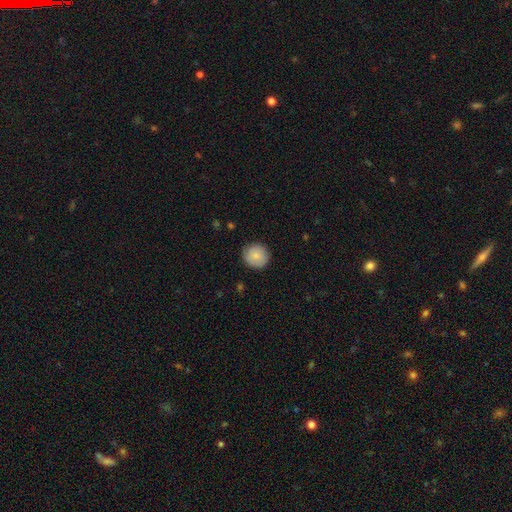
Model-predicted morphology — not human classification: Smooth or featured? Predicted: smooth (p=0.85). How rounded? Predicted: round (p=0.92). Merging? Predicted: none (p=0.88).